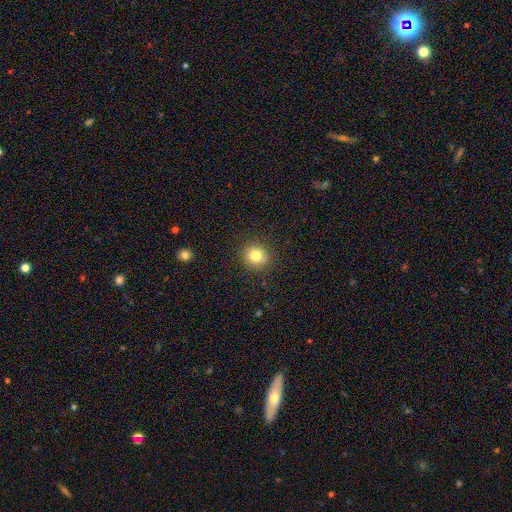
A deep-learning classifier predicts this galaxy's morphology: A smooth galaxy with no disk features (80%) that is round (86%). Merging: none (89%).